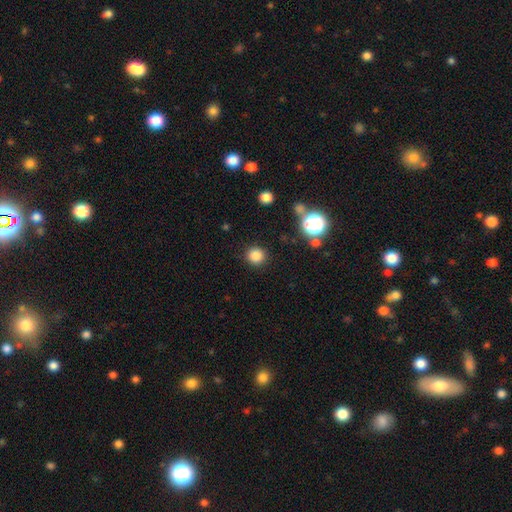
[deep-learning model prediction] Smooth or featured? smooth (83%)
How rounded? round (93%)
Merging? none (90%)